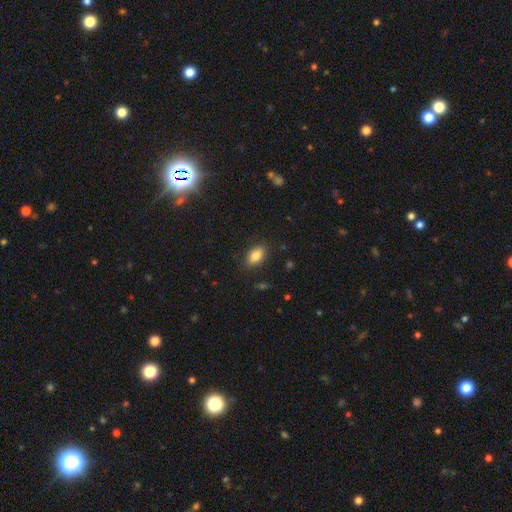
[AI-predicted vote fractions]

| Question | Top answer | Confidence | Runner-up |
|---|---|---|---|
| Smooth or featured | smooth | 84% | star or artifact (8%) |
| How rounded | in between | 89% | round (6%) |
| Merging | none | 86% | minor disturbance (10%) |